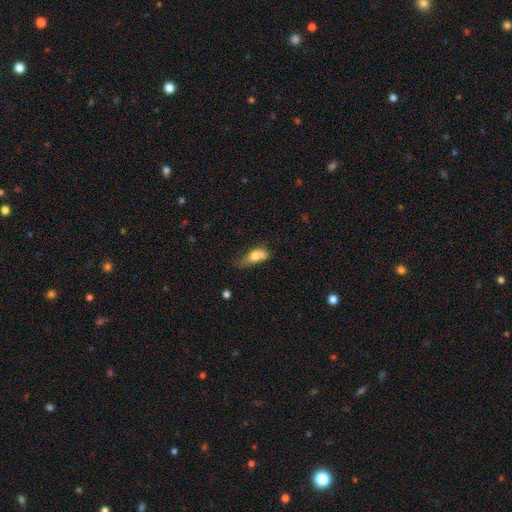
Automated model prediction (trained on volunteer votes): A smooth galaxy with no disk features (68%) that is in between round and cigar-shaped (69%). Merging: merger (38%).